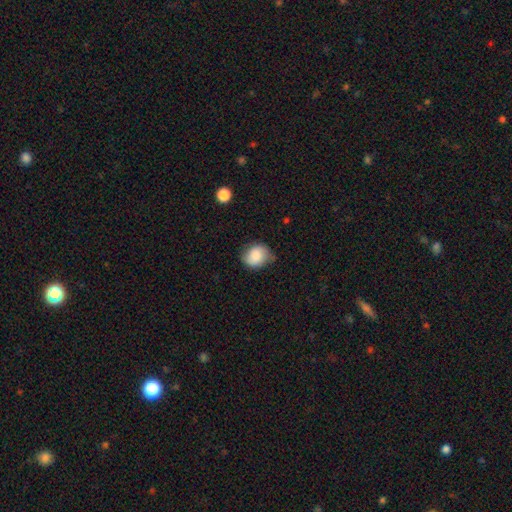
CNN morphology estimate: A smooth galaxy with no disk features (78%) that is round (62%). Merging: none (65%).